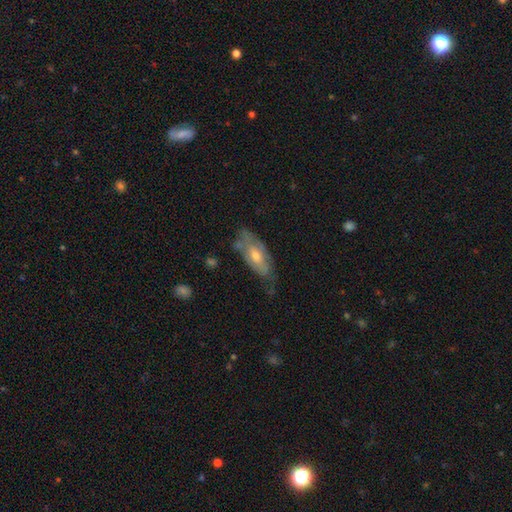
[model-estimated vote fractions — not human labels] This is possibly a featured or disk galaxy (53%). It is likely not viewed edge-on (79%). Merging: possibly none (52%).